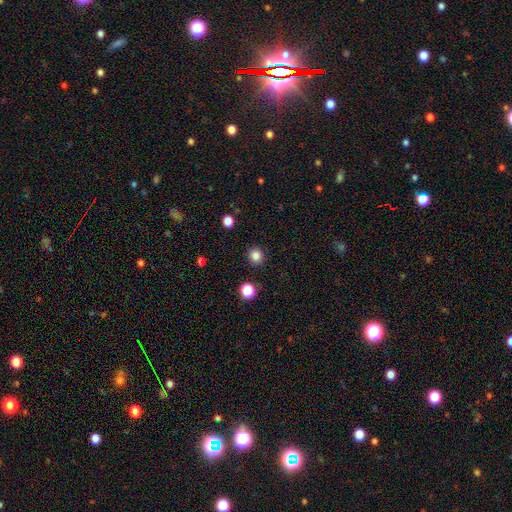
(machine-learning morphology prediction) smooth_or_featured: smooth (p=0.84) [alt: star or artifact p=0.12]
how_rounded: round (p=0.86) [alt: in between p=0.13]
merging: none (p=0.91) [alt: minor disturbance p=0.06]